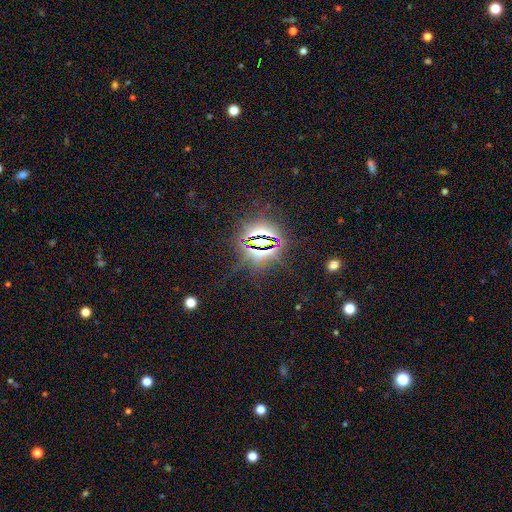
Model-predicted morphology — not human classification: Smooth or featured: star or artifact — 84% (smooth — 9%)